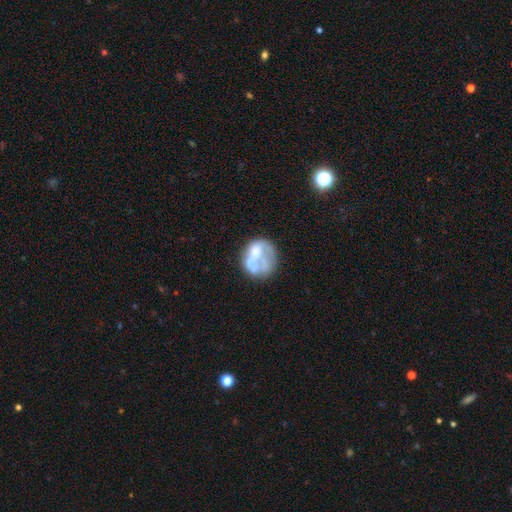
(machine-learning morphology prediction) Smooth or featured?
  - featured or disk: 50% *
  - smooth: 40%
  - star or artifact: 10%
Edge-on disk?
  - no: 98% *
  - yes: 2%
Merging?
  - none: 46% *
  - major disturbance: 23%
  - minor disturbance: 21%
  - merger: 11%